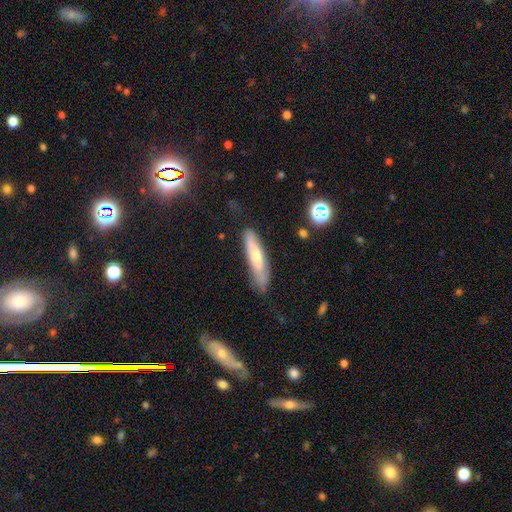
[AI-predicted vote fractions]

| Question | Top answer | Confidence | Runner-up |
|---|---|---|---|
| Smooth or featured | smooth | 56% | featured or disk (36%) |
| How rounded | cigar-shaped | 85% | in between (14%) |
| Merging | none | 73% | minor disturbance (20%) |